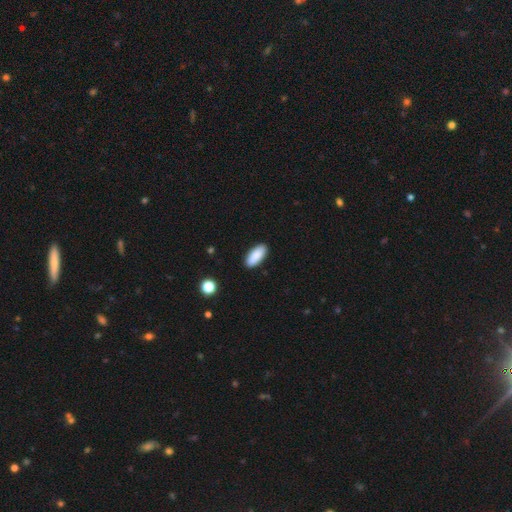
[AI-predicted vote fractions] Smooth or featured? smooth (89%)
How rounded? in between (85%)
Merging? none (90%)